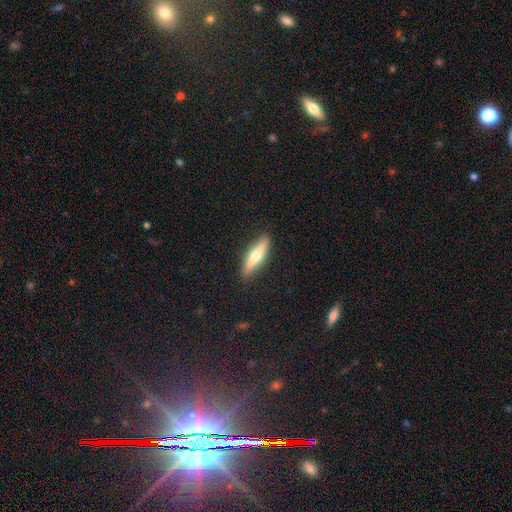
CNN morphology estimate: Smooth or featured? smooth (52%)
How rounded? cigar-shaped (70%)
Merging? none (89%)